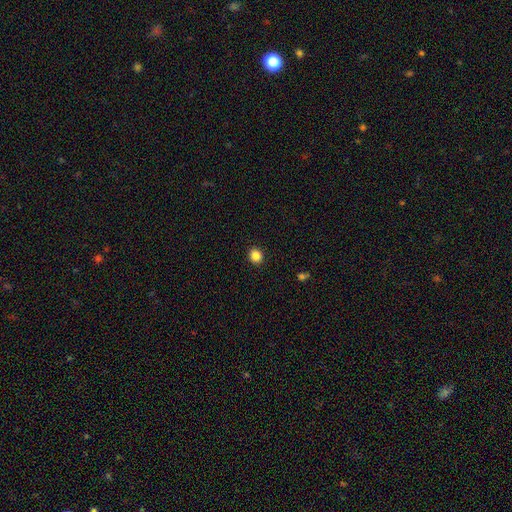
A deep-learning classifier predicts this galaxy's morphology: The model was most divided on "how rounded": round: 84%, in between: 15%, cigar-shaped: 1%. More confident: merging — none (93%); smooth or featured — smooth (85%).